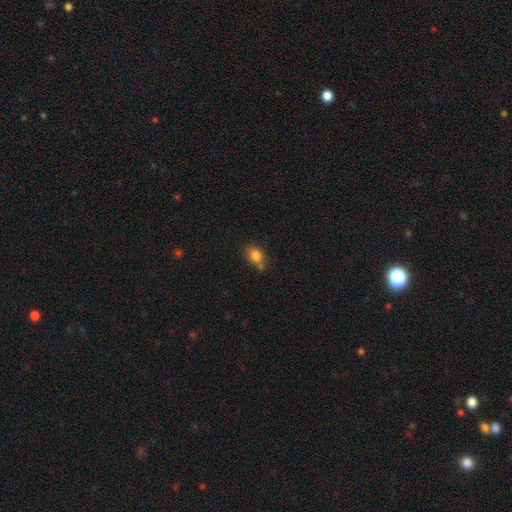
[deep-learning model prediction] Morphology: type=smooth (82%); roundness=in between (64%); merging=none (54%).